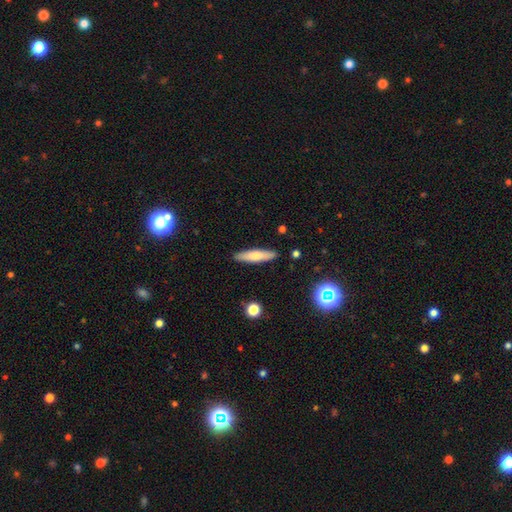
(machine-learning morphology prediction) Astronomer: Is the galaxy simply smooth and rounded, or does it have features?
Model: smooth — 68%.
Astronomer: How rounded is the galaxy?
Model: cigar-shaped — 80%.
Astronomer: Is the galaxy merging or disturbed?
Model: none — 89%.